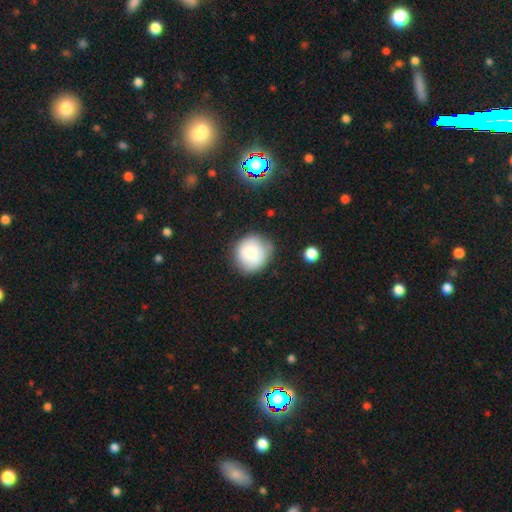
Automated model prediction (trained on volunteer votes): A smooth galaxy with no disk features (74%) that is round (89%). Merging: none (69%).